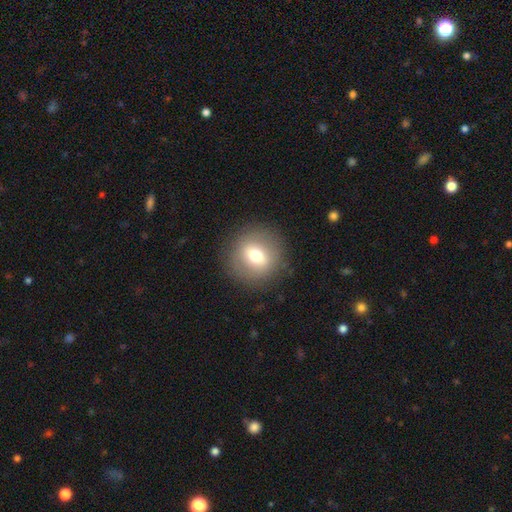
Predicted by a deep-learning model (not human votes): Q: Smooth or featured?
A: smooth (65%); runner-up: featured or disk (25%)
Q: How rounded?
A: round (91%); runner-up: in between (8%)
Q: Merging?
A: none (87%); runner-up: minor disturbance (8%)